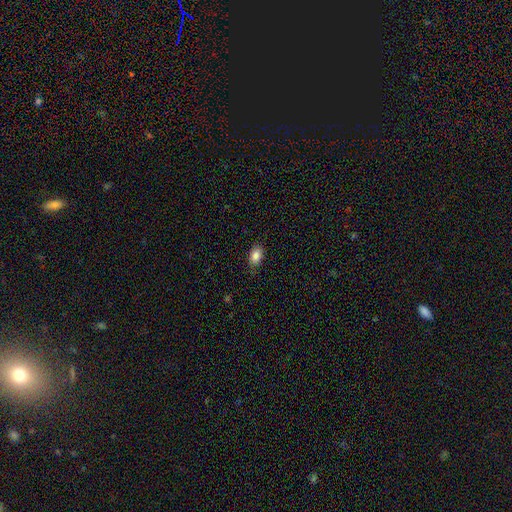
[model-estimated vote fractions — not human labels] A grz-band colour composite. It shows a smooth galaxy with no disk features (86%) that is in between round and cigar-shaped (87%). Merging: none (81%).